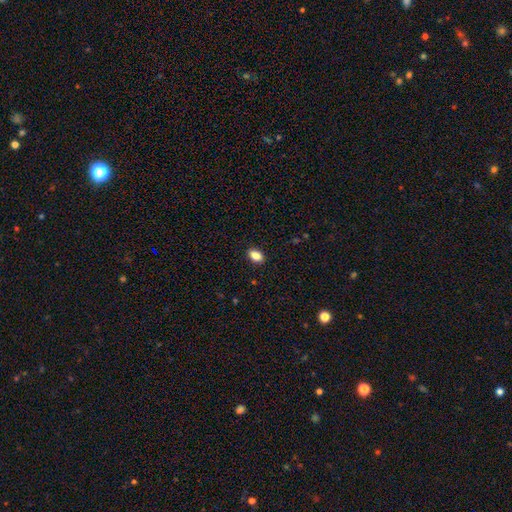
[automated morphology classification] Smooth or featured: smooth — 86% (star or artifact — 9%)
How rounded: in between — 88% (round — 10%)
Merging: none — 90% (minor disturbance — 7%)